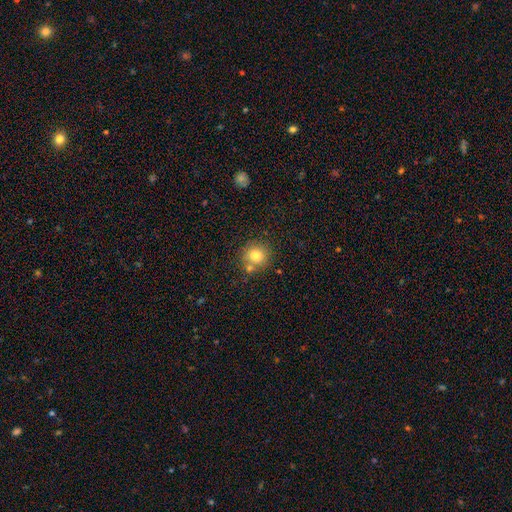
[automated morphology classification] smooth_or_featured: smooth (p=0.80) [alt: star or artifact p=0.11]
how_rounded: round (p=0.89) [alt: in between p=0.10]
merging: none (p=0.70) [alt: merger p=0.15]